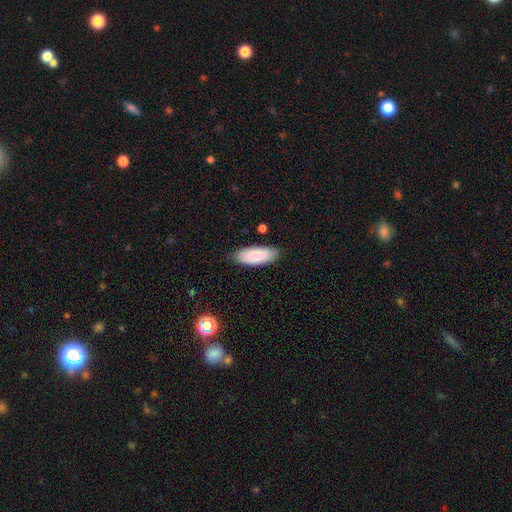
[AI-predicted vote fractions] The model was most divided on "how rounded": in between: 80%, cigar-shaped: 19%, round: 2%. More confident: smooth or featured — smooth (87%); merging — none (84%).